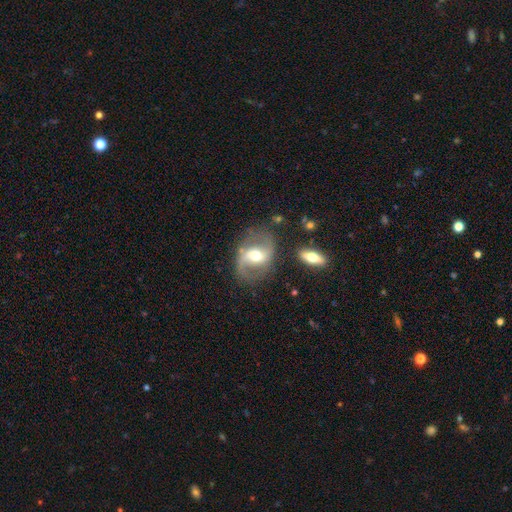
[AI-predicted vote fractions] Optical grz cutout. It shows a featured or disk galaxy (83%) with a weak bar (40%), 2 (89%) loose (54%) spiral arms (92%) and a moderate central bulge (69%). Merging: none (71%).